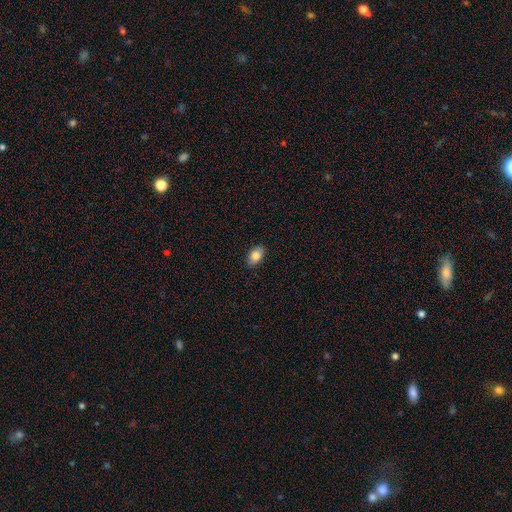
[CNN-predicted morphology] This appears to be a smooth galaxy with no disk features (82%) that is in between round and cigar-shaped (91%). Merging: none (88%).